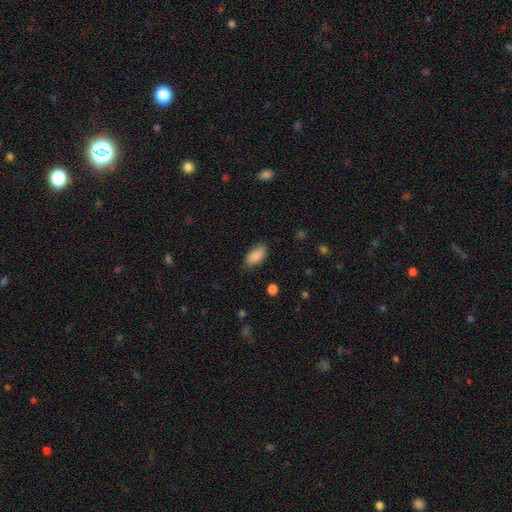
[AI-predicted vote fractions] Overall: smooth (87%). How rounded: in between (91%). Merging: none (80%).